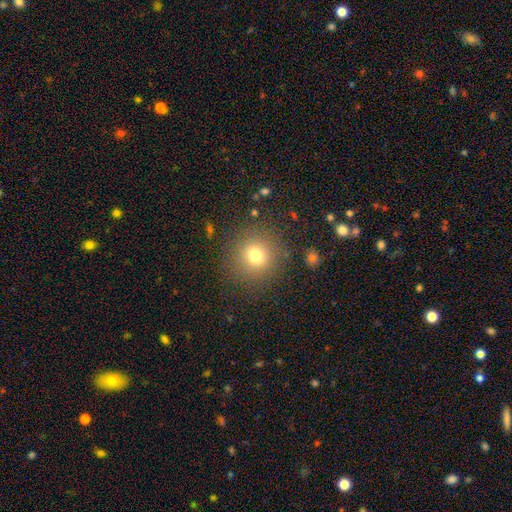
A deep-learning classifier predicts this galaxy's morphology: Smooth or featured? Predicted: smooth (p=0.74). How rounded? Predicted: round (p=0.93). Merging? Predicted: none (p=0.86).